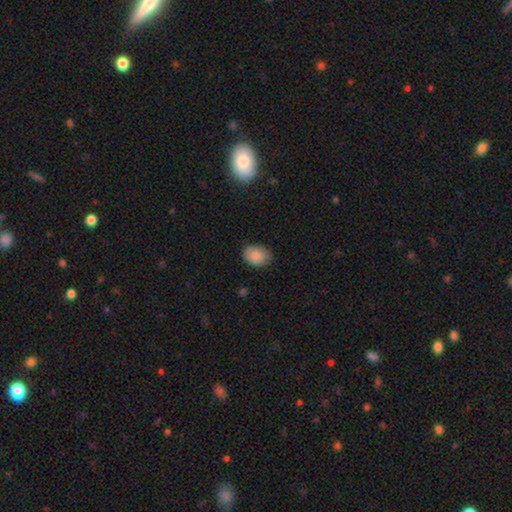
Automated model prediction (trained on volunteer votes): smooth-or-featured: smooth: 87% | star or artifact: 8% | featured or disk: 5%
  how-rounded: in between: 70% | round: 29% | cigar-shaped: 1%
  merging: none: 82% | minor disturbance: 14% | major disturbance: 3% | merger: 1%